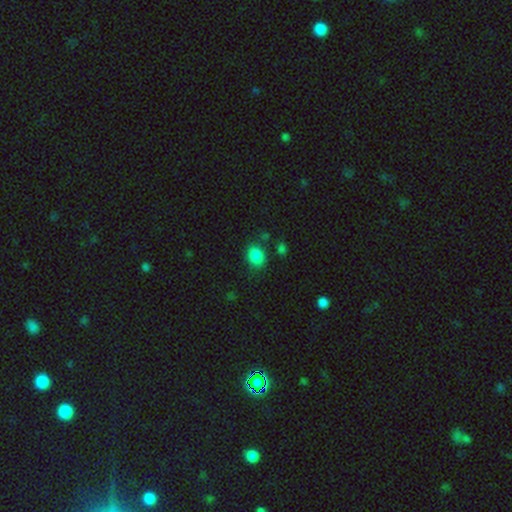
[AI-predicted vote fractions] Smooth or featured?
  - smooth: 86% *
  - star or artifact: 10%
  - featured or disk: 4%
How rounded?
  - in between: 51% *
  - round: 48%
  - cigar-shaped: 1%
Merging?
  - none: 80% *
  - minor disturbance: 12%
  - major disturbance: 4%
  - merger: 4%